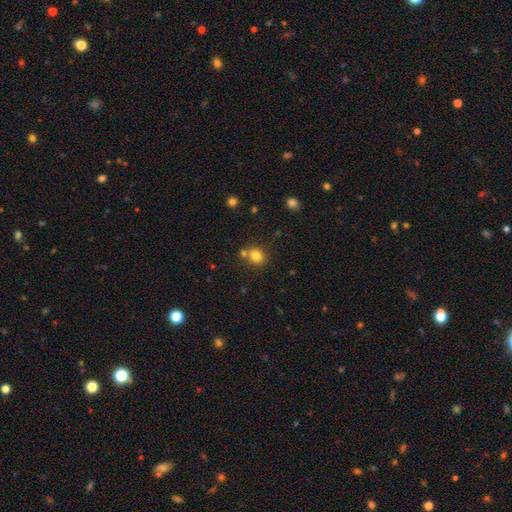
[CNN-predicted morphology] This is clearly a smooth galaxy (80%). How rounded: likely round (73%). Merging: likely none (68%).